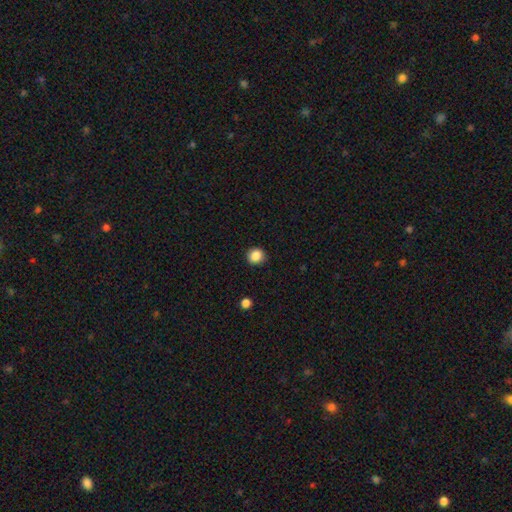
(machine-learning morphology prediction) This is clearly a smooth galaxy (87%). How rounded: clearly round (86%). Merging: clearly none (90%).